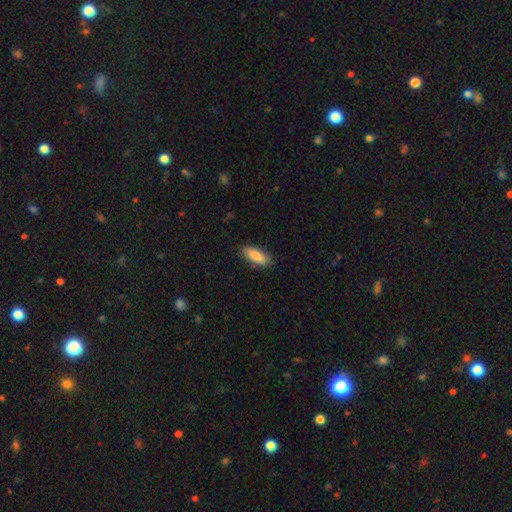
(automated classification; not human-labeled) Smooth or featured?
  - smooth: 83% *
  - featured or disk: 11%
  - star or artifact: 6%
How rounded?
  - in between: 72% *
  - cigar-shaped: 26%
  - round: 2%
Merging?
  - none: 87% *
  - minor disturbance: 10%
  - major disturbance: 2%
  - merger: 1%